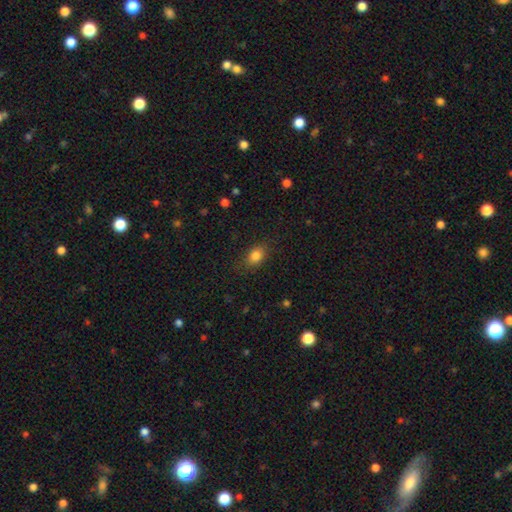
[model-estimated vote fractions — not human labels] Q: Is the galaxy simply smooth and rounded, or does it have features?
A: smooth — 83%.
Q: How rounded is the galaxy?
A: in between — 75%.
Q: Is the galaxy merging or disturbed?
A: none — 82%.